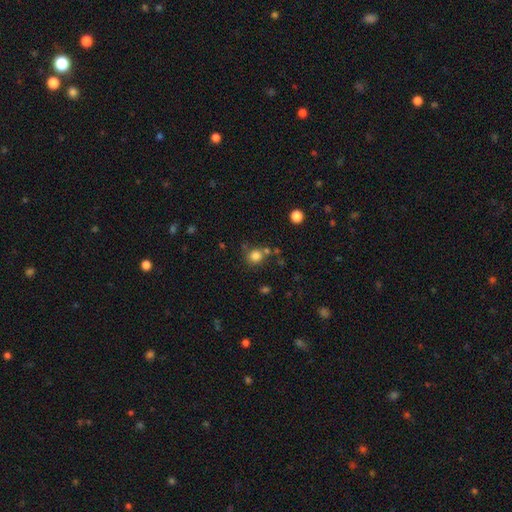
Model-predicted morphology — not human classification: Q: Smooth or featured?
A: smooth (81%); runner-up: star or artifact (13%)
Q: How rounded?
A: round (87%); runner-up: in between (12%)
Q: Merging?
A: none (67%); runner-up: merger (17%)